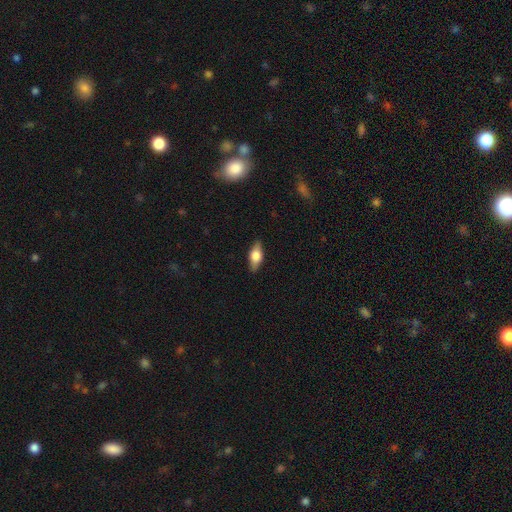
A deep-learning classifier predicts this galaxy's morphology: type=smooth (55%); roundness=in between (79%); merging=none (86%).